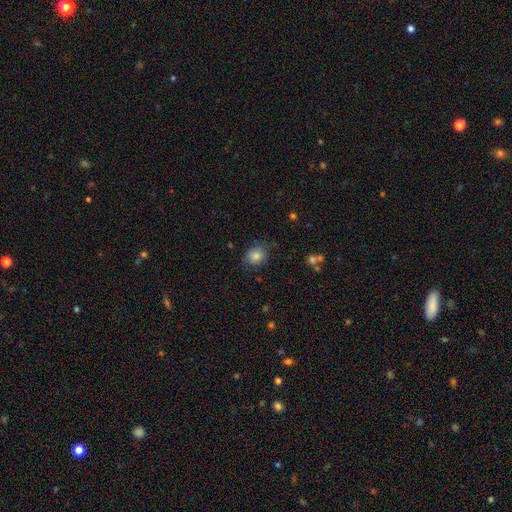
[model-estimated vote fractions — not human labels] A smooth galaxy with no disk features (81%) that is round (68%). Merging: none (76%).